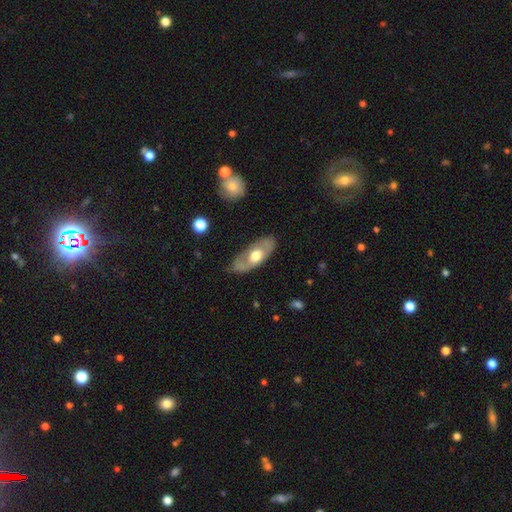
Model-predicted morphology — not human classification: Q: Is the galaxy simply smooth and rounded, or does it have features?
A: featured or disk — 53%.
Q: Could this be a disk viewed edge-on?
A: no — 76%.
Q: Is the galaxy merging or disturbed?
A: none — 78%.